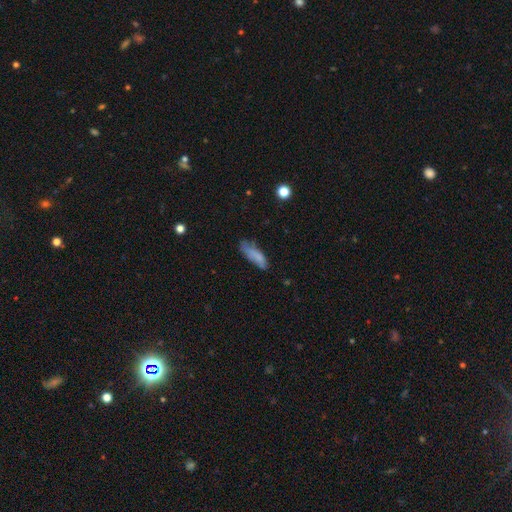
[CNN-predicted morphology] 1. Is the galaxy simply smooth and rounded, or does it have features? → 74% smooth, 16% featured or disk, 9% star or artifact.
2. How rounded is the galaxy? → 59% in between, 39% cigar-shaped, 2% round.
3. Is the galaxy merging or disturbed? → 47% none, 33% minor disturbance, 15% major disturbance, 5% merger.